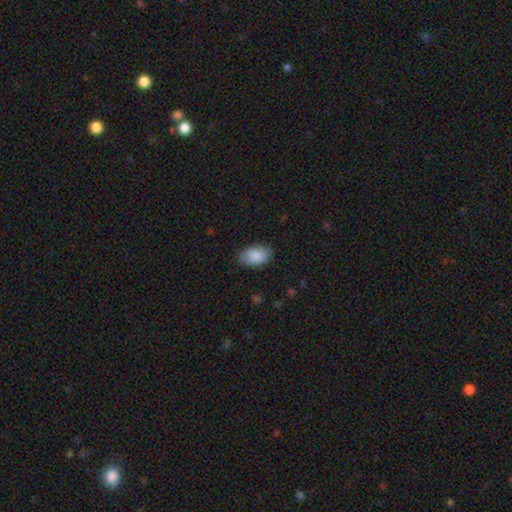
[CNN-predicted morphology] Smooth or featured? smooth (89%)
How rounded? in between (92%)
Merging? none (83%)